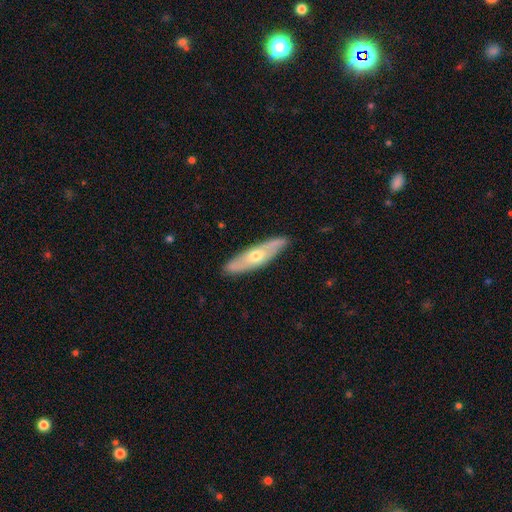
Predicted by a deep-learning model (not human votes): A featured or disk galaxy (57%) viewed edge-on (52%). Merging: none (86%).